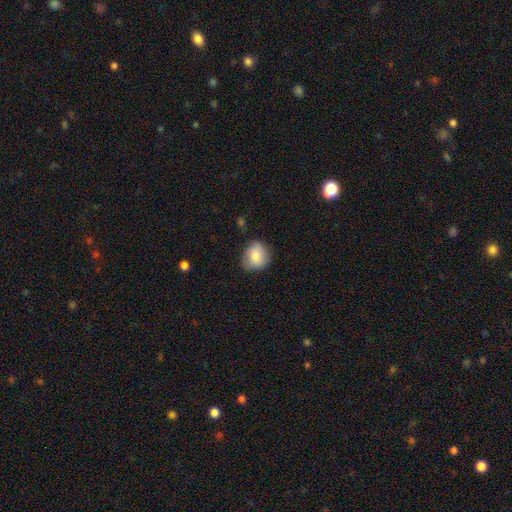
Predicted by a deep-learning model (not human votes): The model was most divided on "how rounded": round: 74%, in between: 25%, cigar-shaped: 1%. More confident: smooth or featured — smooth (79%); merging — none (73%).